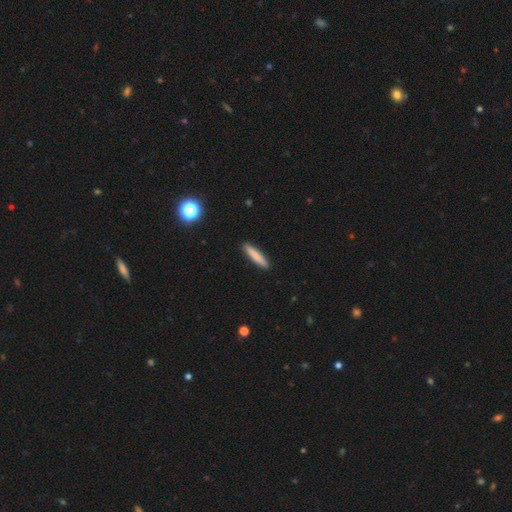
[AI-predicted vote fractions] smooth 81%, featured or disk 13%, star or artifact 6%. Down the decision tree: how rounded — cigar-shaped (91%); merging — none (91%).